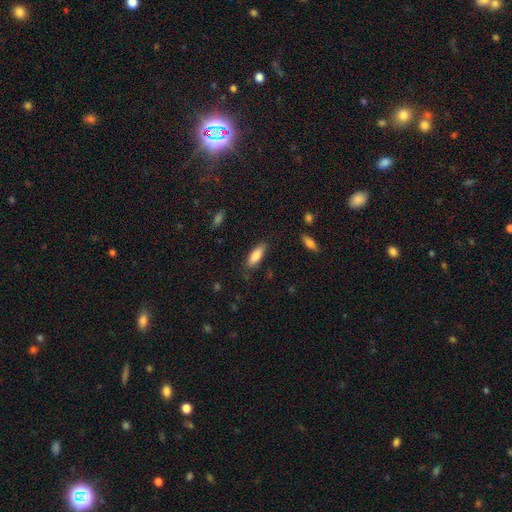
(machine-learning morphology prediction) A smooth galaxy with no disk features (84%) that is in between round and cigar-shaped (65%). Merging: none (79%).